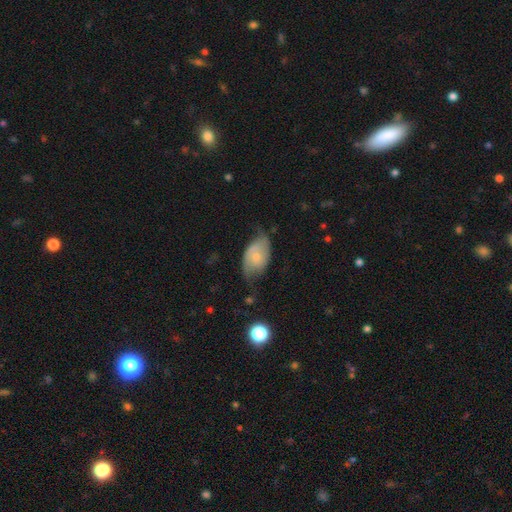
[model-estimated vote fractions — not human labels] Overall: featured or disk (56%; smooth 37%). Edge-on disk: no (95%). Bar: no (72%). Spiral arms: yes (81%). Bulge size: small (61%; moderate 32%). Merging: none (49%; minor disturbance 34%).